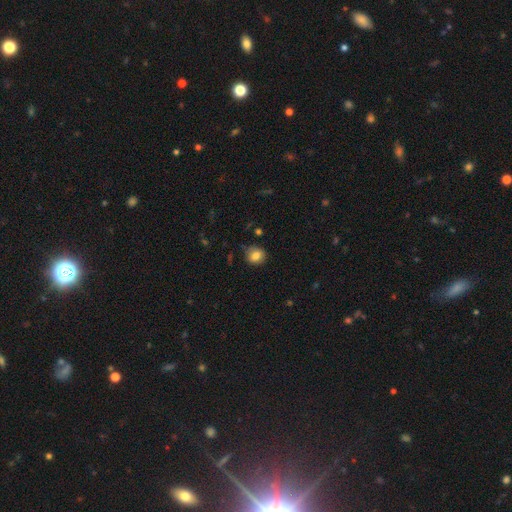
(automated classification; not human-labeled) This is clearly a smooth galaxy (82%). How rounded: clearly round (82%). Merging: likely none (78%).